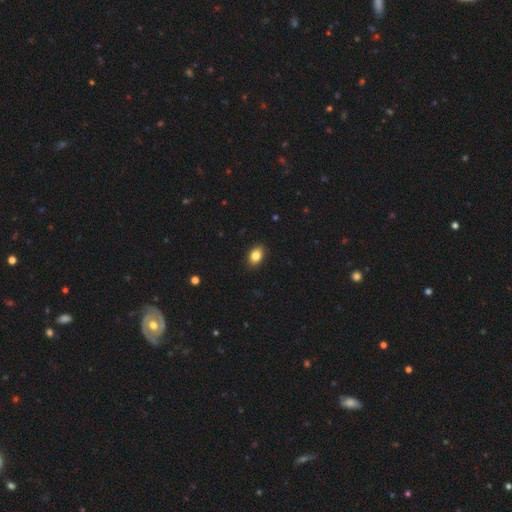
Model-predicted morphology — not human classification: smooth 84%, star or artifact 9%, featured or disk 7%. Down the decision tree: how rounded — in between (80%); merging — none (87%).